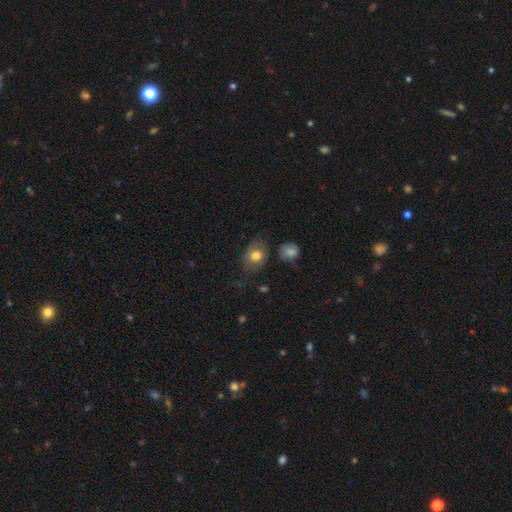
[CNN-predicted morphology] Smooth or featured? Predicted: smooth (p=0.78). How rounded? Predicted: in between (p=0.56). Merging? Predicted: none (p=0.66).